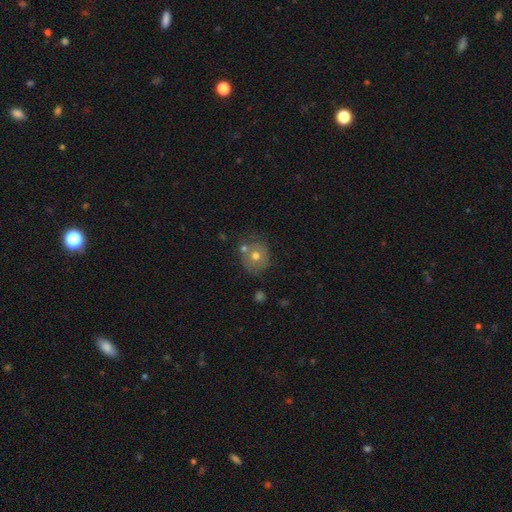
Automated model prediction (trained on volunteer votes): The model was most divided on "smooth or featured": smooth: 62%, featured or disk: 27%, star or artifact: 11%. More confident: how rounded — round (77%); merging — none (56%).